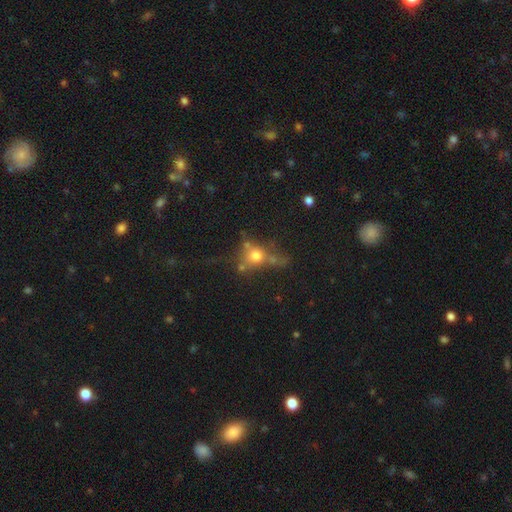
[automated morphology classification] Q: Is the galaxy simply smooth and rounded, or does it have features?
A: smooth — 59%.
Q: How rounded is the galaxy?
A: round — 74%.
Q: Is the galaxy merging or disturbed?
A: none — 43%.